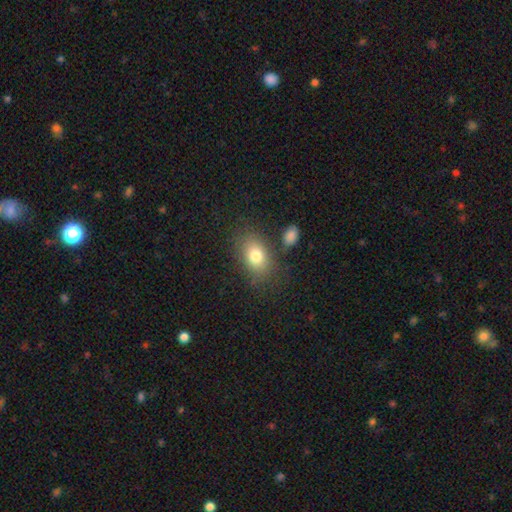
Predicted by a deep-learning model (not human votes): Smooth or featured? Predicted: smooth (p=0.78). How rounded? Predicted: in between (p=0.79). Merging? Predicted: none (p=0.76).